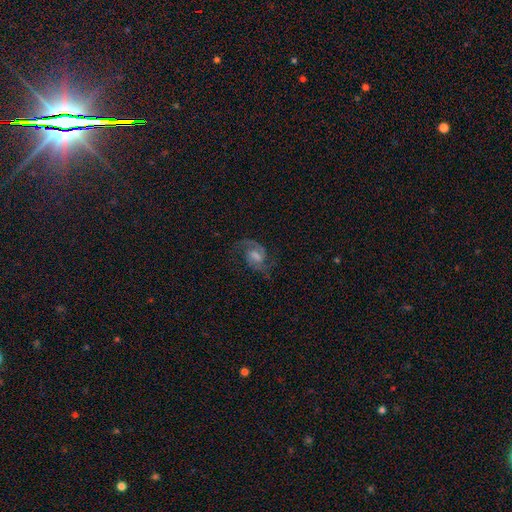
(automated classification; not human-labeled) The model was most divided on "bulge size": moderate: 38%, small: 29%, none: 18%, large: 13%, dominant: 2%. More confident: edge-on disk — no (97%); spiral arms — yes (97%); spiral arm count — 2 (90%); smooth or featured — featured or disk (82%); merging — none (72%); spiral winding — medium (56%); bar — weak (54%).